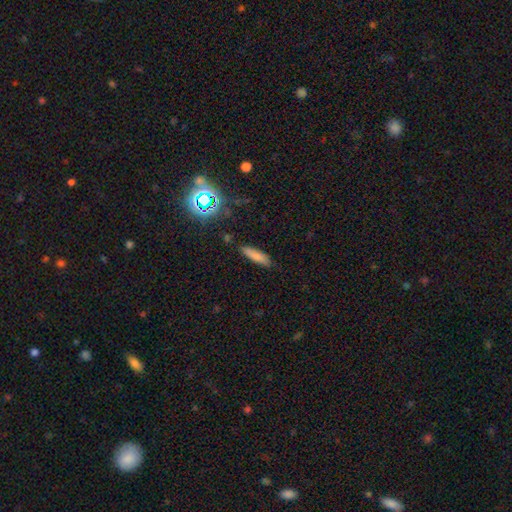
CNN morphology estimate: Overall: smooth (77%). How rounded: cigar-shaped (69%; in between 29%). Merging: none (84%).